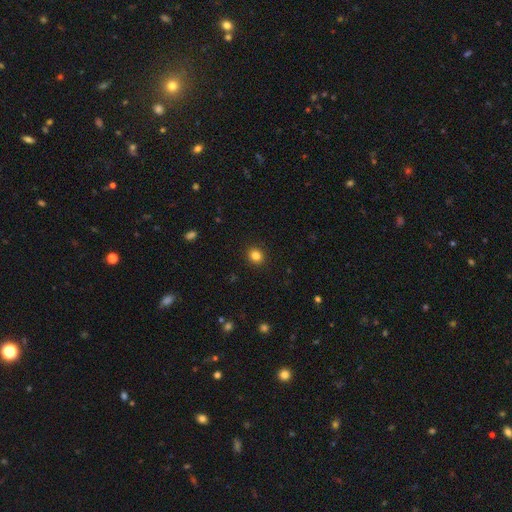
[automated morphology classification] A smooth galaxy with no disk features (84%) that is round (84%).

Vote fractions:
- Smooth or featured? smooth: 84% / star or artifact: 12% / featured or disk: 4%
- How rounded? round: 84% / in between: 15% / cigar-shaped: 1%
- Merging? none: 92% / minor disturbance: 5% / major disturbance: 2% / merger: 1%